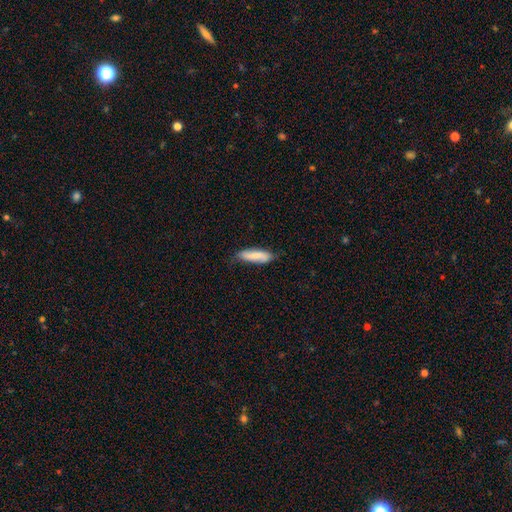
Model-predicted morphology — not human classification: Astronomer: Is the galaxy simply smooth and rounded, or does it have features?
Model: smooth — 73%.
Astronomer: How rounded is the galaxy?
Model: cigar-shaped — 57% (runner-up: in between, 42%).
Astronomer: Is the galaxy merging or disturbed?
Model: none — 69%.